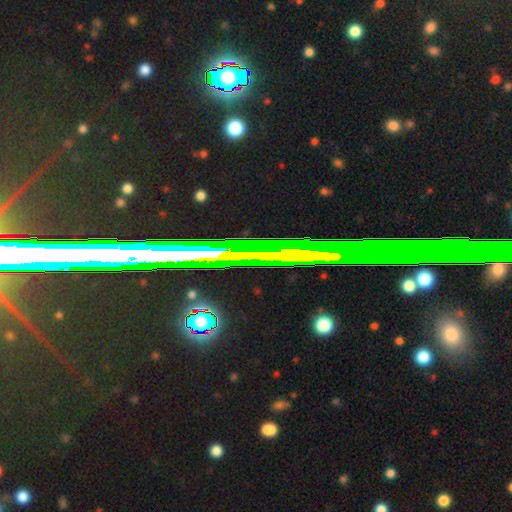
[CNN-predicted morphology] Smooth or featured?
  - star or artifact: 65% *
  - featured or disk: 24%
  - smooth: 11%